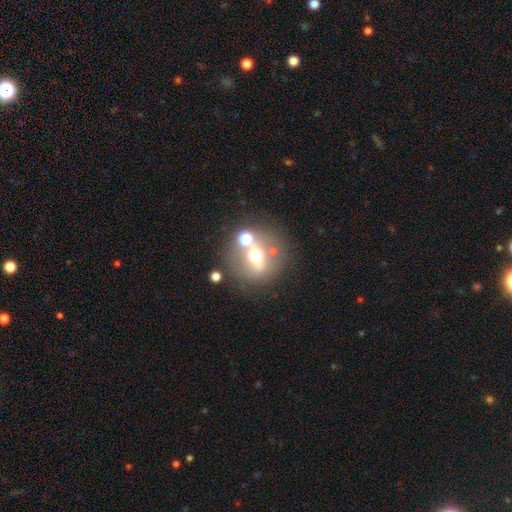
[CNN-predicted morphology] A smooth galaxy with no disk features (43%).

Vote fractions:
- Smooth or featured? smooth: 43% / featured or disk: 40% / star or artifact: 17%
- Merging? none: 67% / merger: 15% / minor disturbance: 11% / major disturbance: 7%